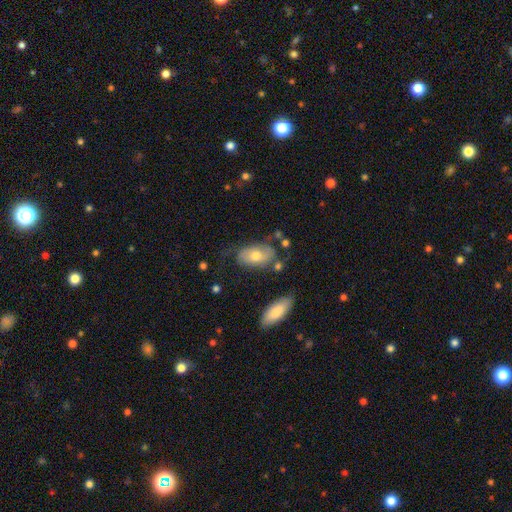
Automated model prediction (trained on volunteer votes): The model was most divided on "merging": none: 51%, minor disturbance: 26%, major disturbance: 14%, merger: 8%. More confident: how rounded — in between (92%); smooth or featured — smooth (60%).